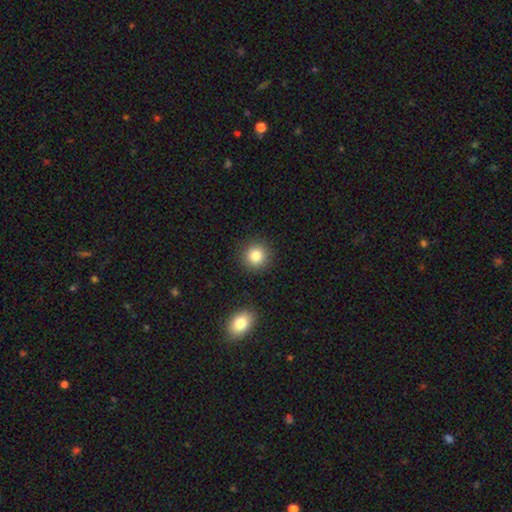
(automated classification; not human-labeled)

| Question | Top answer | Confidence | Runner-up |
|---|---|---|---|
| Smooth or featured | smooth | 83% | star or artifact (11%) |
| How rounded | round | 92% | in between (7%) |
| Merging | none | 90% | minor disturbance (6%) |